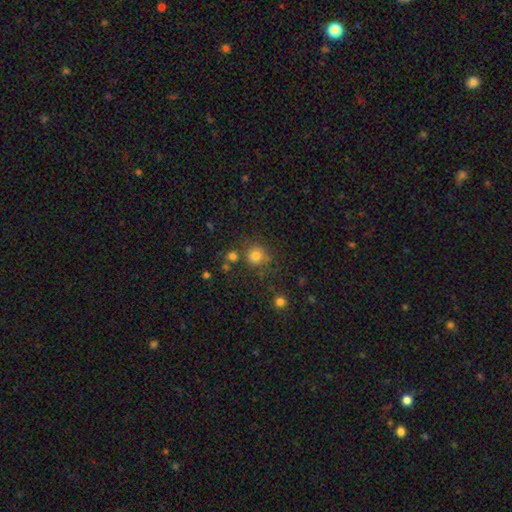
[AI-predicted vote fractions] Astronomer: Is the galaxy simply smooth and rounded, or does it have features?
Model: smooth — 78%.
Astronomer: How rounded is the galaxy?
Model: round — 91%.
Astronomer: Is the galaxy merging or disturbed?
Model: none — 74%.